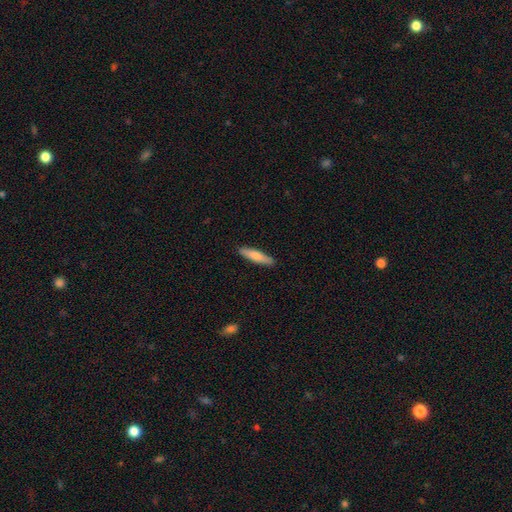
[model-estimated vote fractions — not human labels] Overall: smooth (75%). How rounded: cigar-shaped (83%). Merging: none (90%).